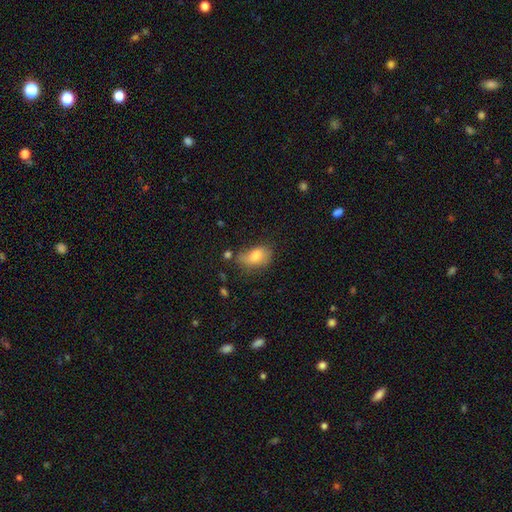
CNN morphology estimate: Smooth or featured: smooth — 76% (featured or disk — 15%)
How rounded: in between — 83% (round — 14%)
Merging: none — 51% (minor disturbance — 32%)